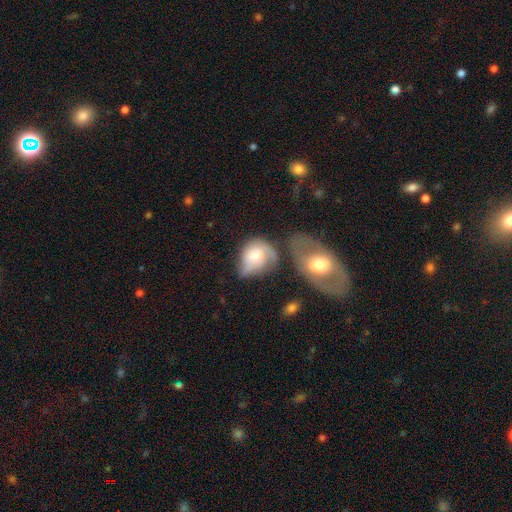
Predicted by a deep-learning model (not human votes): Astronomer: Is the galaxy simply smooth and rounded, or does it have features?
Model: smooth — 49% (runner-up: featured or disk, 44%).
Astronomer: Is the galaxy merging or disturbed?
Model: merger — 28%, tied with major disturbance at 28%.